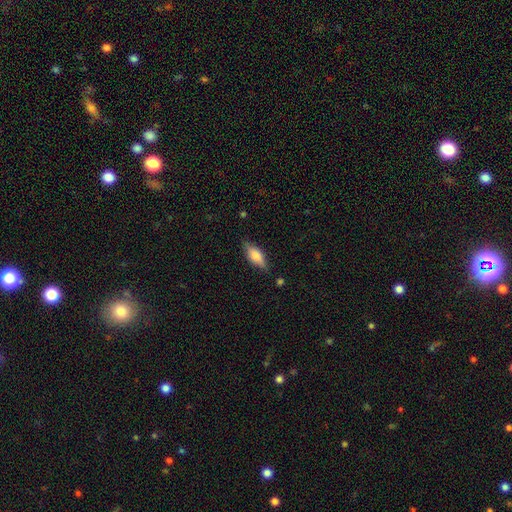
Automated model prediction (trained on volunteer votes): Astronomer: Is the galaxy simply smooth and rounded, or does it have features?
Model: smooth — 61%.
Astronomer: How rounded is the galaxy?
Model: in between — 71%.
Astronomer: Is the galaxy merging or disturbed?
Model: none — 80%.